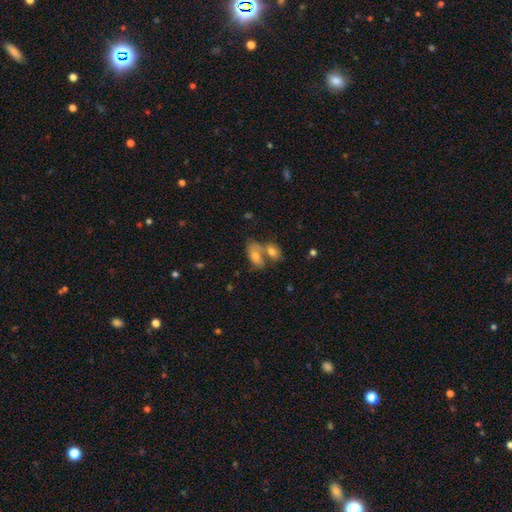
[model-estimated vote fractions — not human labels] smooth 64%, featured or disk 26%, star or artifact 11%. Down the decision tree: how rounded — in between (84%); merging — merger (56%).